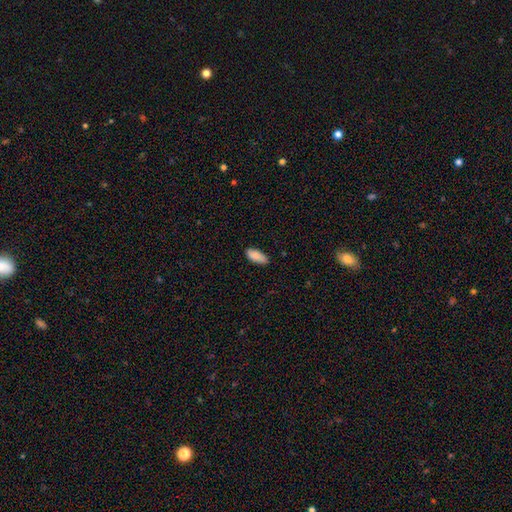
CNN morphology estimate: type=smooth (89%); roundness=in between (84%); merging=none (83%).